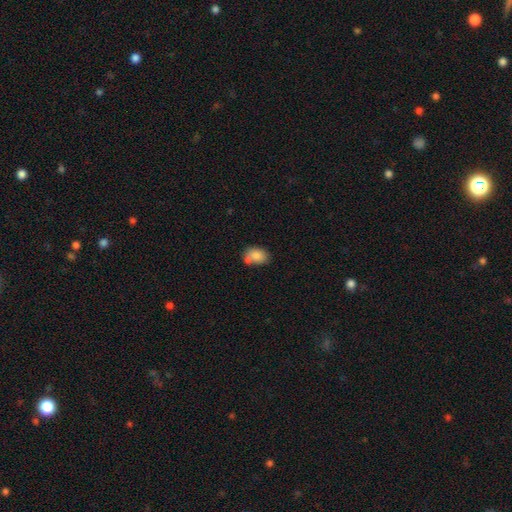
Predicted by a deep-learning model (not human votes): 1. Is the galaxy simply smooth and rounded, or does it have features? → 82% smooth, 10% featured or disk, 8% star or artifact.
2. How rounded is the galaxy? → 77% in between, 22% round, 1% cigar-shaped.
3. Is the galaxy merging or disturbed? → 51% none, 25% merger, 19% minor disturbance, 5% major disturbance.